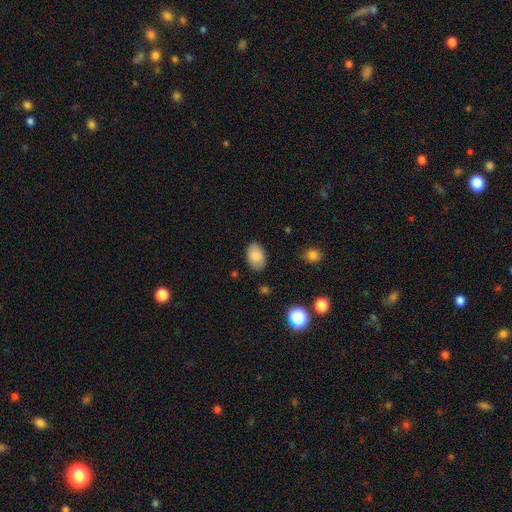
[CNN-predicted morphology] smooth-or-featured: smooth: 85% | featured or disk: 8% | star or artifact: 7%
  how-rounded: in between: 89% | round: 10% | cigar-shaped: 1%
  merging: none: 85% | minor disturbance: 11% | major disturbance: 2% | merger: 1%